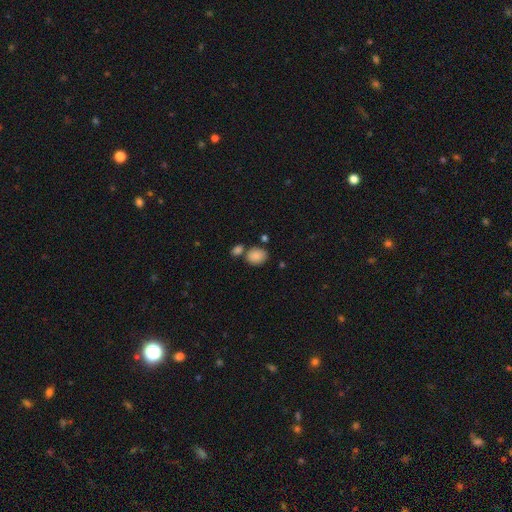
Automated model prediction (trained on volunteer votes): This appears to be a smooth galaxy with no disk features (86%) that is round (50%). Merging: none (61%).